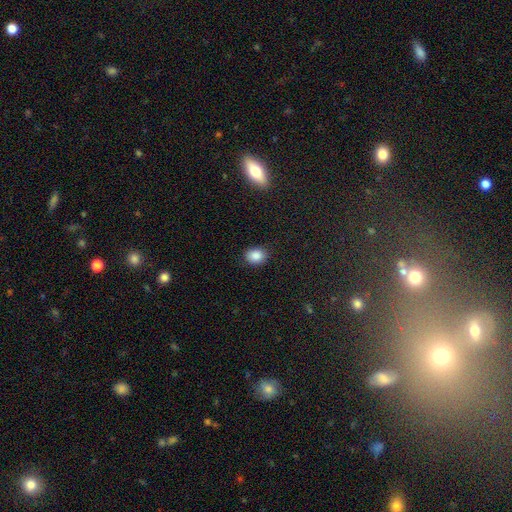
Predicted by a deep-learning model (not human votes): This appears to be a smooth galaxy with no disk features (86%) that is round (51%). Merging: none (87%).